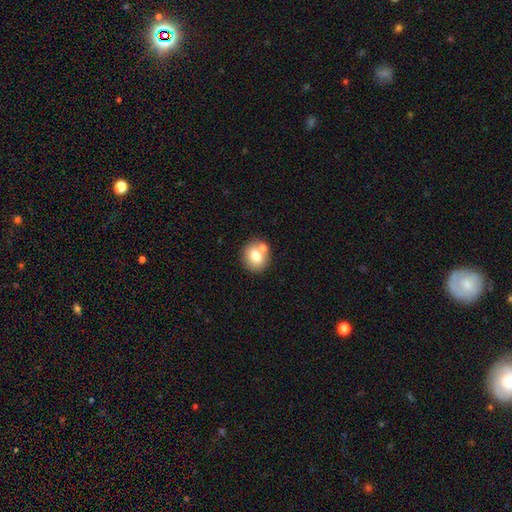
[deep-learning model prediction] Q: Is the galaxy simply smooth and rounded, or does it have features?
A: smooth — 74%.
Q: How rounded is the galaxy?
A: round — 65%.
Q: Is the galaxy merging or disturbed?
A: none — 64%.